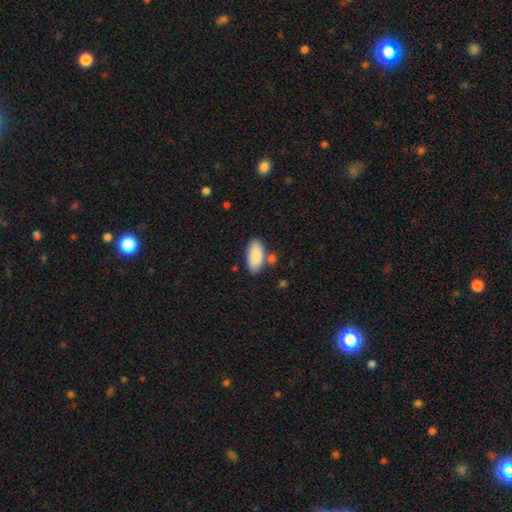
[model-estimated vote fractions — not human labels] Smooth or featured? Predicted: smooth (p=0.88). How rounded? Predicted: in between (p=0.90). Merging? Predicted: none (p=0.72).